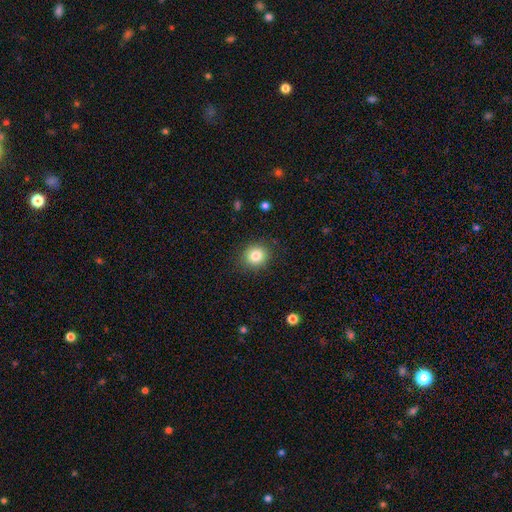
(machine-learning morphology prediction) smooth 83%, star or artifact 11%, featured or disk 7%. Down the decision tree: how rounded — round (84%); merging — none (88%).